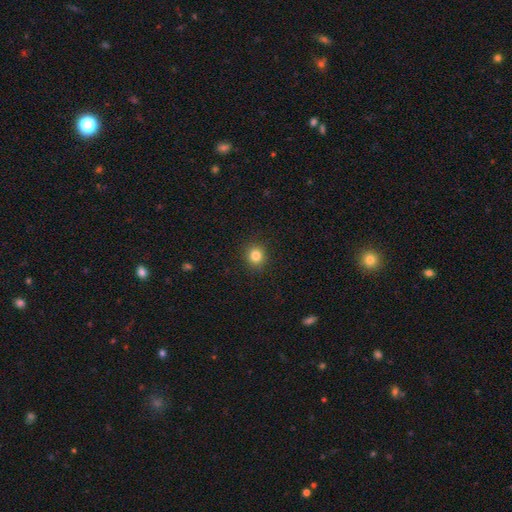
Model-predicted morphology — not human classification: This appears to be a smooth galaxy with no disk features (83%) that is round (86%). Merging: none (91%).